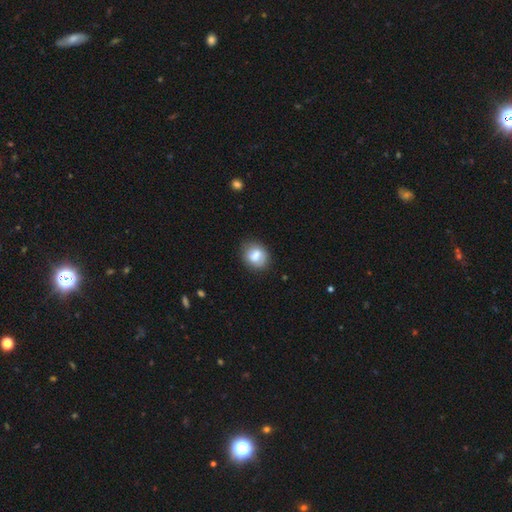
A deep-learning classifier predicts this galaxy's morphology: A smooth galaxy with no disk features (74%) that is round (53%).

Vote fractions:
- Smooth or featured? smooth: 74% / featured or disk: 18% / star or artifact: 8%
- How rounded? round: 53% / in between: 46% / cigar-shaped: 1%
- Merging? none: 74% / minor disturbance: 18% / major disturbance: 5% / merger: 4%